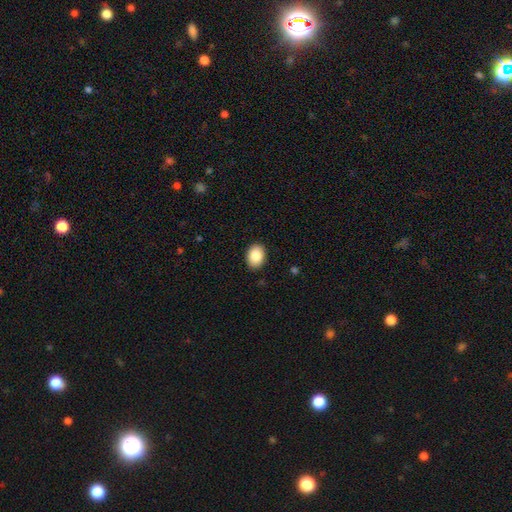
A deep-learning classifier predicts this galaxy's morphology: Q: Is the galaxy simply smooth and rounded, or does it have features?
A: smooth — 86%.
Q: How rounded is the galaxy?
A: in between — 73%.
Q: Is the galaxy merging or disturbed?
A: none — 90%.